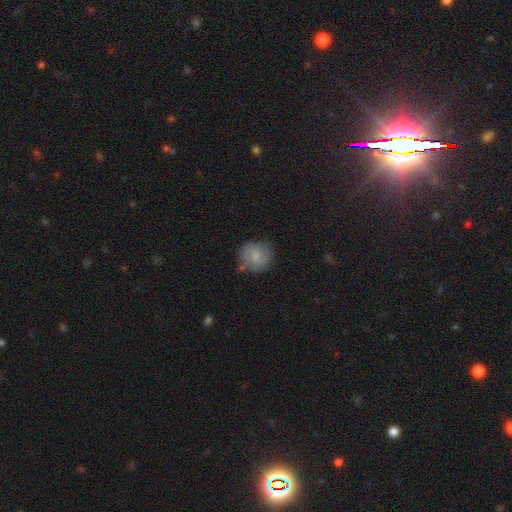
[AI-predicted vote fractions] This appears to be a smooth galaxy with no disk features (68%) that is round (84%). Merging: none (66%).